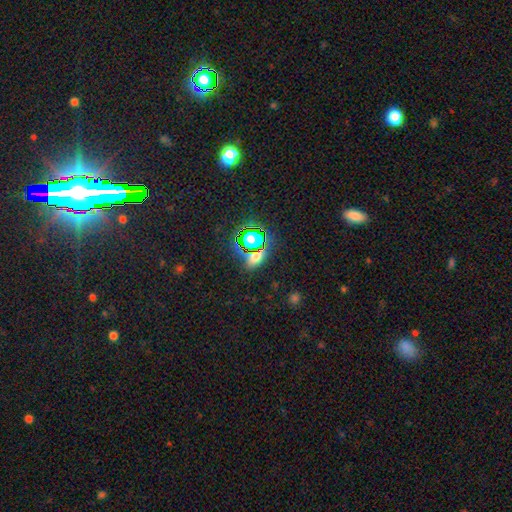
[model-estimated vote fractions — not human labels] smooth_or_featured: star or artifact (p=0.50) [alt: smooth p=0.41]